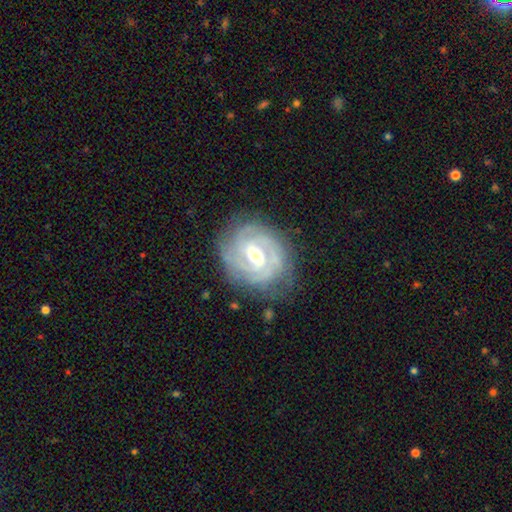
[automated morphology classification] A featured or disk galaxy (88%) with a weak bar (53%), 3 (30%) tight (69%) spiral arms (96%) and a moderate central bulge (69%). Merging: none (78%).